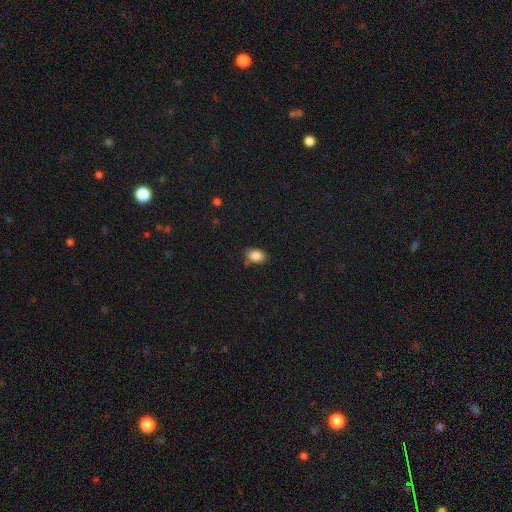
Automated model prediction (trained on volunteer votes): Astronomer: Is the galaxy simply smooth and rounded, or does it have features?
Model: smooth — 86%.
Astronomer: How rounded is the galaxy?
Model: in between — 82%.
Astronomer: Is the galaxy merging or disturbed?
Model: none — 80%.